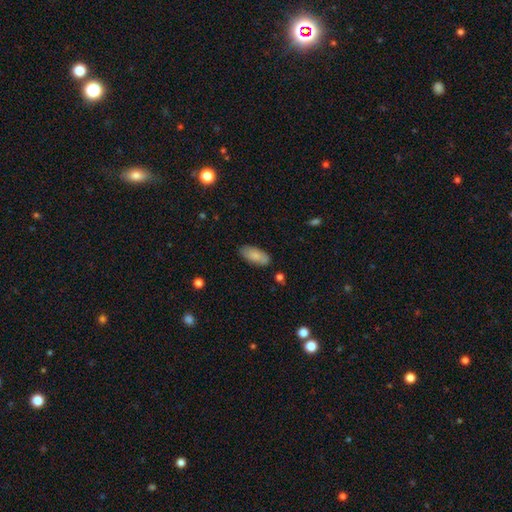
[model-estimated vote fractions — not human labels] This appears to be a smooth galaxy with no disk features (80%) that is in between round and cigar-shaped (90%). Merging: none (82%).